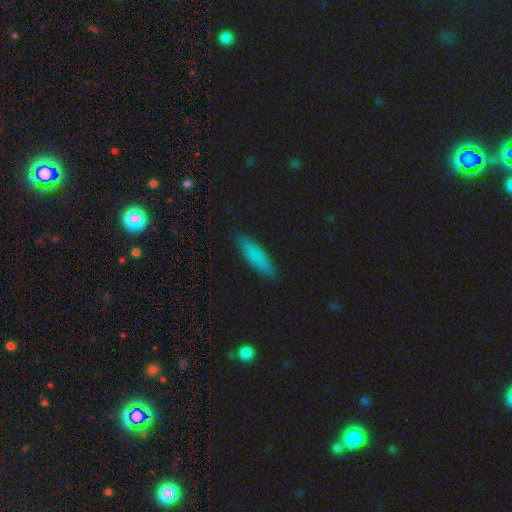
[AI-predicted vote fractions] Smooth or featured: smooth — 80% (featured or disk — 12%)
How rounded: cigar-shaped — 71% (in between — 27%)
Merging: none — 88% (minor disturbance — 9%)